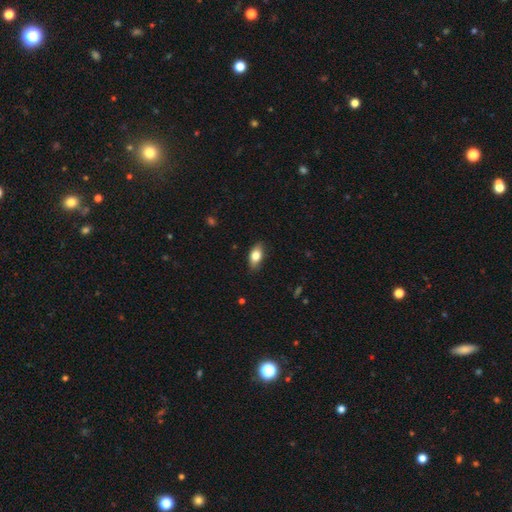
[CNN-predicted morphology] Smooth or featured?
  - smooth: 80% *
  - featured or disk: 13%
  - star or artifact: 7%
How rounded?
  - in between: 87% *
  - cigar-shaped: 7%
  - round: 6%
Merging?
  - none: 84% *
  - minor disturbance: 13%
  - major disturbance: 2%
  - merger: 1%